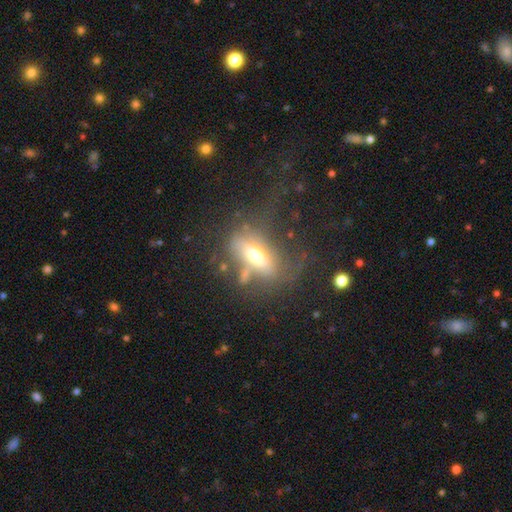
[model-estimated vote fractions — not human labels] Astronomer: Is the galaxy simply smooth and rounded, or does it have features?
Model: smooth — 49% (runner-up: featured or disk, 42%).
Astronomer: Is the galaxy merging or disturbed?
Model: none — 39% (runner-up: major disturbance, 30%).